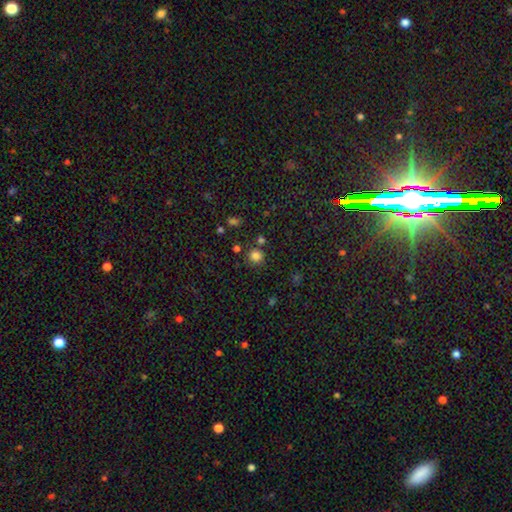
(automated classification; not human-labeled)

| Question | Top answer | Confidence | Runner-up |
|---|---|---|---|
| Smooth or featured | smooth | 81% | star or artifact (14%) |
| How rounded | round | 90% | in between (9%) |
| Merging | none | 79% | minor disturbance (9%) |